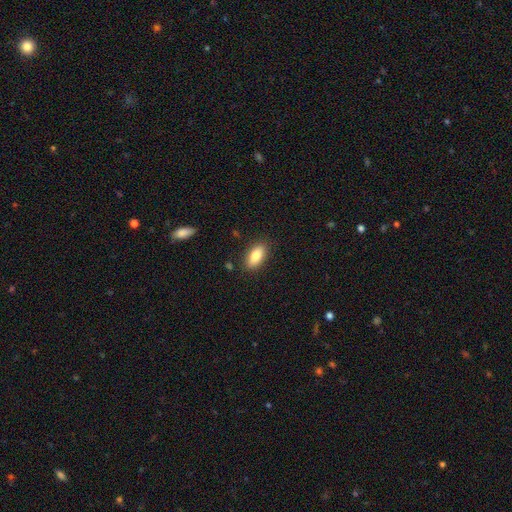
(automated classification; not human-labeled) smooth 83%, featured or disk 10%, star or artifact 7%. Down the decision tree: how rounded — in between (88%); merging — none (86%).